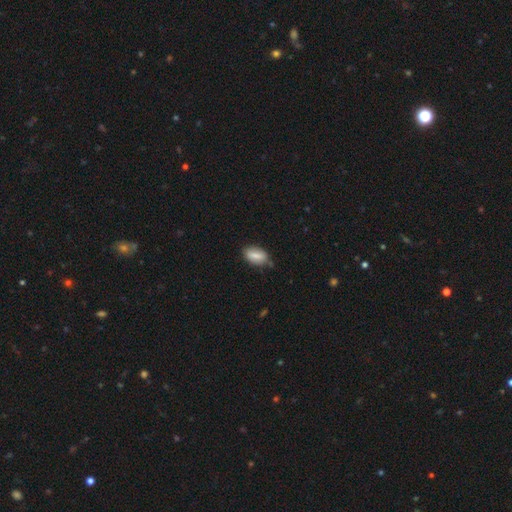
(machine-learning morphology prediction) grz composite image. It shows a smooth galaxy with no disk features (79%) that is in between round and cigar-shaped (90%). Merging: none (72%).